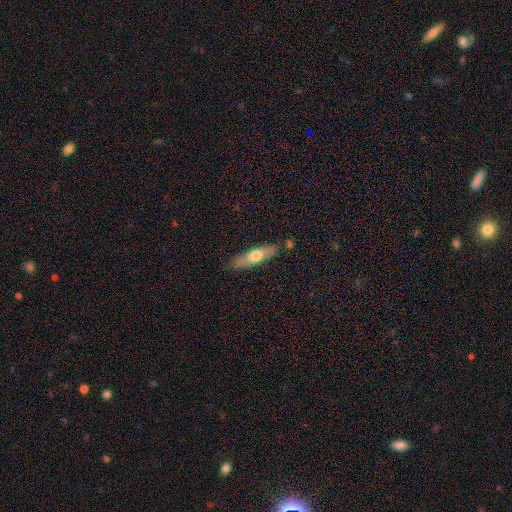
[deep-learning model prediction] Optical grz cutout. It shows a smooth galaxy with no disk features (57%) that is cigar-shaped (68%). Merging: none (81%).